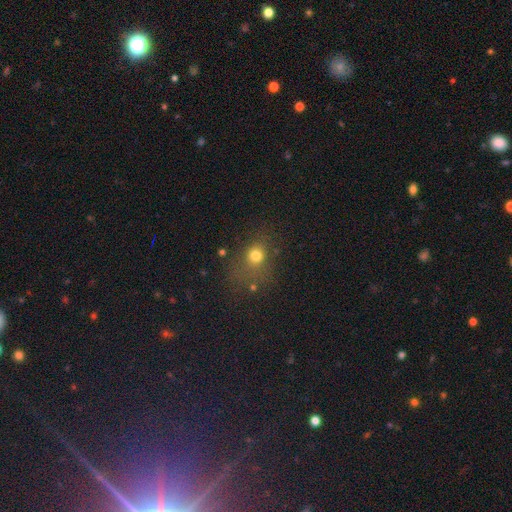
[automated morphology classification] smooth-or-featured: smooth: 71% | star or artifact: 19% | featured or disk: 10%
  how-rounded: round: 66% | in between: 33% | cigar-shaped: 2%
  merging: none: 66% | minor disturbance: 17% | major disturbance: 12% | merger: 5%